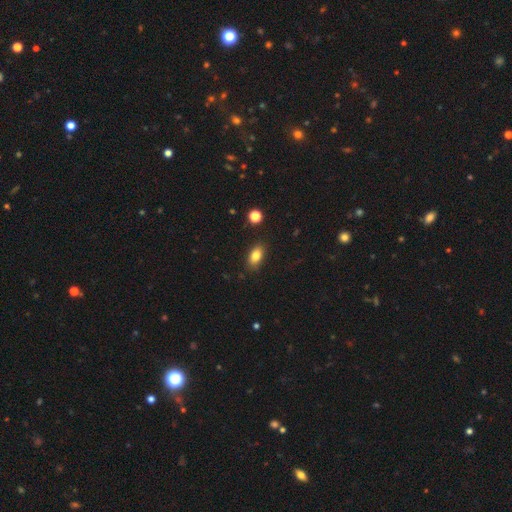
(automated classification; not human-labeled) smooth-or-featured: smooth: 83% | star or artifact: 9% | featured or disk: 8%
  how-rounded: in between: 87% | round: 8% | cigar-shaped: 5%
  merging: none: 86% | minor disturbance: 10% | major disturbance: 2% | merger: 2%